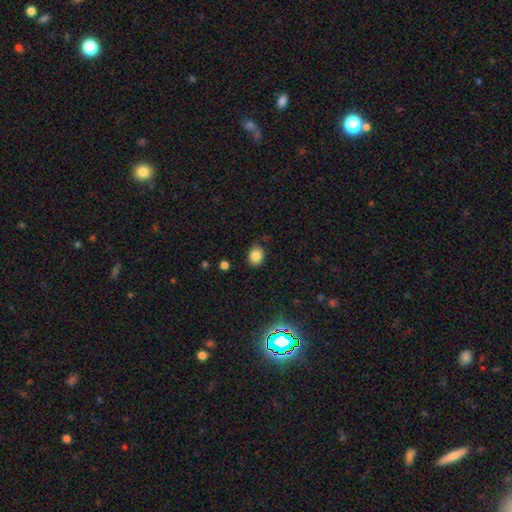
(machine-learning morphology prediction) Overall: smooth (83%). How rounded: round (60%; in between 39%). Merging: none (83%).